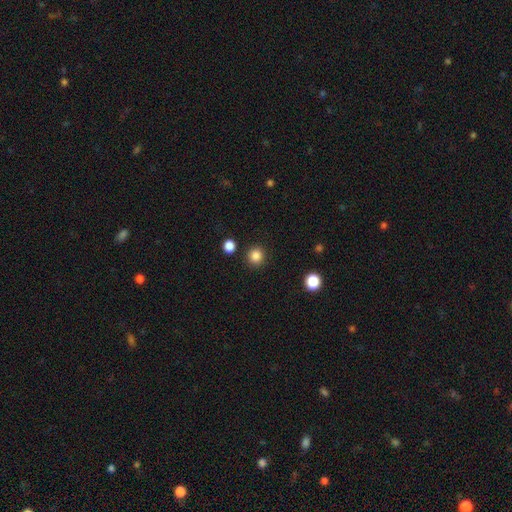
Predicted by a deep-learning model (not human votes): smooth_or_featured: smooth (p=0.85) [alt: star or artifact p=0.12]
how_rounded: round (p=0.93) [alt: in between p=0.06]
merging: none (p=0.90) [alt: minor disturbance p=0.05]